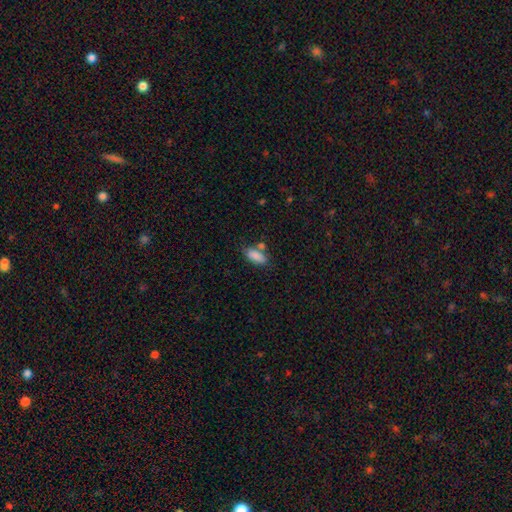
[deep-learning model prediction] Smooth or featured? smooth (87%)
How rounded? in between (85%)
Merging? none (64%)